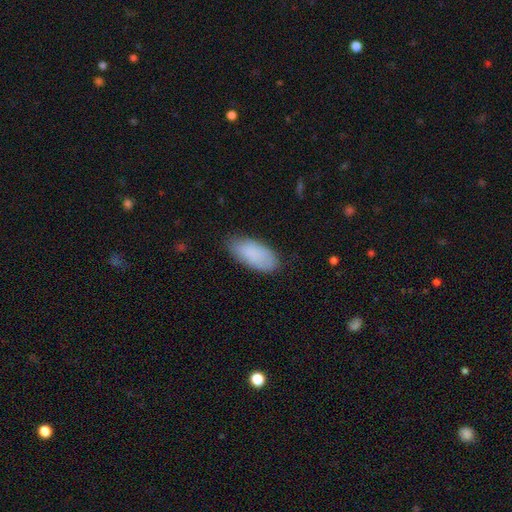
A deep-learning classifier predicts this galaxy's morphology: A smooth galaxy with no disk features (86%) that is in between round and cigar-shaped (91%).

Vote fractions:
- Smooth or featured? smooth: 86% / featured or disk: 7% / star or artifact: 6%
- How rounded? in between: 91% / cigar-shaped: 7% / round: 2%
- Merging? none: 79% / minor disturbance: 17% / major disturbance: 3% / merger: 1%